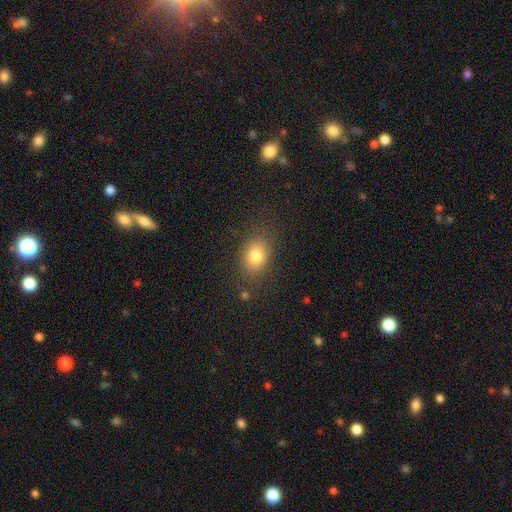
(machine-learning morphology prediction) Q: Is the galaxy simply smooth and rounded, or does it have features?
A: smooth — 81%.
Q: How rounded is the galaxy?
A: in between — 68%.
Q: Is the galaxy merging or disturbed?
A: none — 81%.